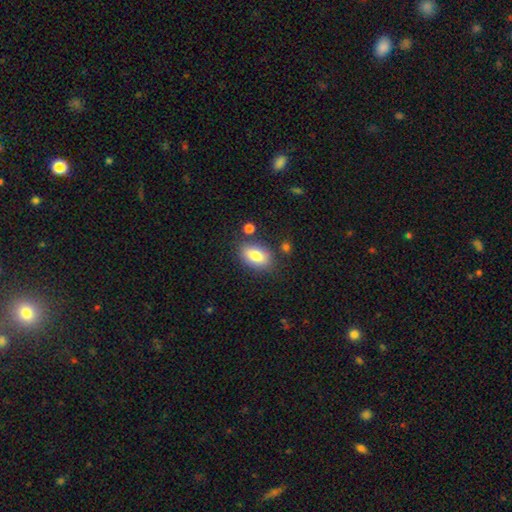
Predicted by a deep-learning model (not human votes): Morphology: type=smooth (79%); roundness=in between (88%); merging=none (78%).